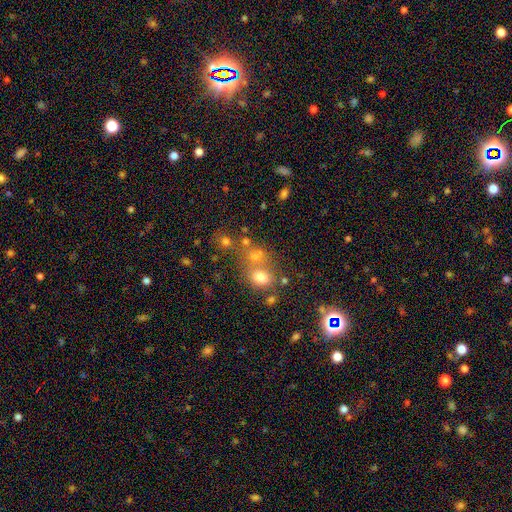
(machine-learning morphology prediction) Q: Smooth or featured?
A: smooth (67%); runner-up: star or artifact (20%)
Q: How rounded?
A: round (66%); runner-up: in between (33%)
Q: Merging?
A: none (46%); runner-up: merger (38%)